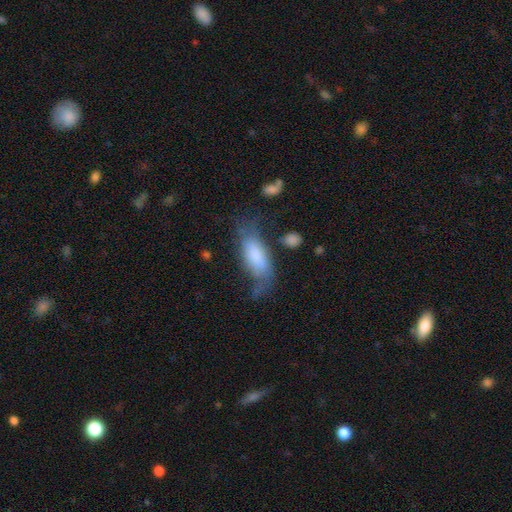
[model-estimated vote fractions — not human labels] smooth-or-featured: smooth: 69% | featured or disk: 23% | star or artifact: 7%
  how-rounded: in between: 79% | cigar-shaped: 19% | round: 2%
  merging: none: 41% | minor disturbance: 30% | major disturbance: 24% | merger: 5%